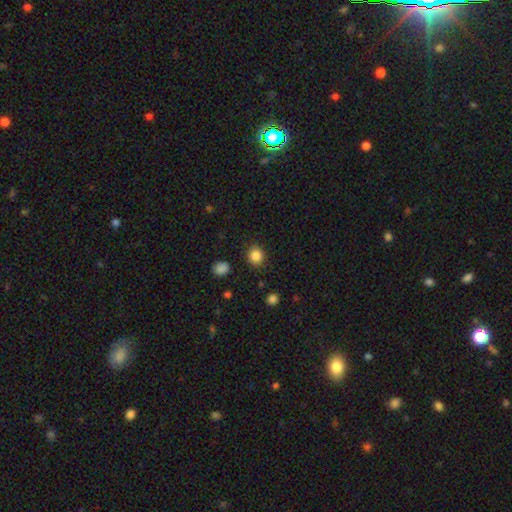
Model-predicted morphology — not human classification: This is clearly a smooth galaxy (86%). How rounded: clearly round (81%). Merging: clearly none (89%).